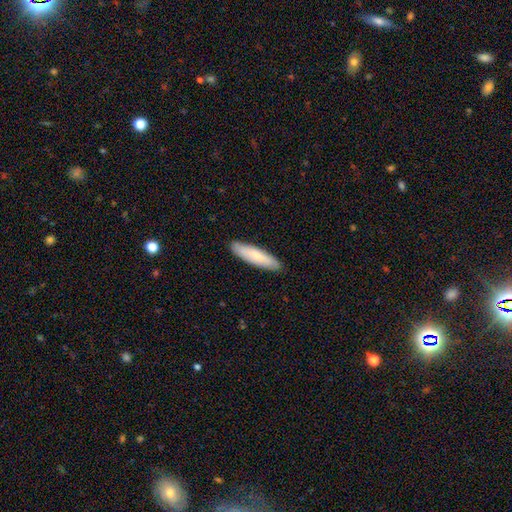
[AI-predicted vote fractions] smooth-or-featured: smooth: 76% | featured or disk: 19% | star or artifact: 5%
  how-rounded: cigar-shaped: 71% | in between: 28% | round: 1%
  merging: none: 89% | minor disturbance: 8% | major disturbance: 1% | merger: 1%